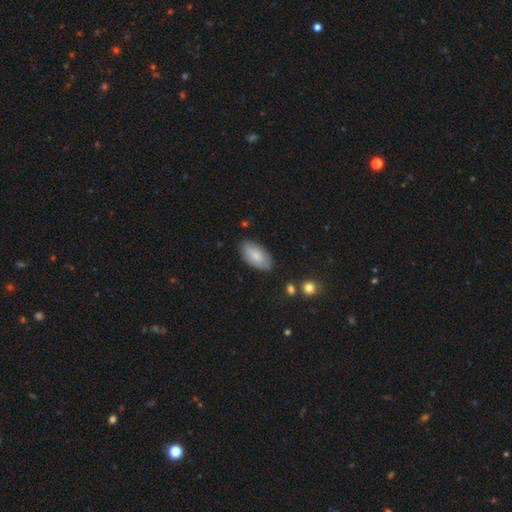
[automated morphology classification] smooth-or-featured: smooth: 81% | featured or disk: 14% | star or artifact: 6%
  how-rounded: in between: 94% | cigar-shaped: 4% | round: 2%
  merging: none: 80% | minor disturbance: 16% | major disturbance: 3% | merger: 2%